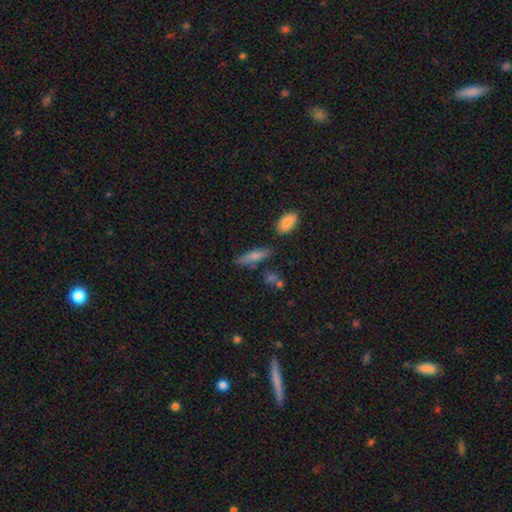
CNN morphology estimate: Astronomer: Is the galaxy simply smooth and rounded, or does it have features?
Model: smooth — 76%.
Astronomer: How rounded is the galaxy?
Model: cigar-shaped — 62%.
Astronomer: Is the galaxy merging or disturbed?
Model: none — 73%.